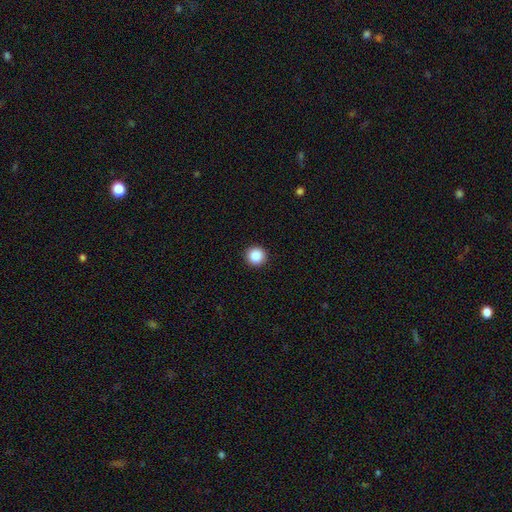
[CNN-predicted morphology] Smooth or featured? Predicted: smooth (p=0.88). How rounded? Predicted: round (p=0.96). Merging? Predicted: none (p=0.93).